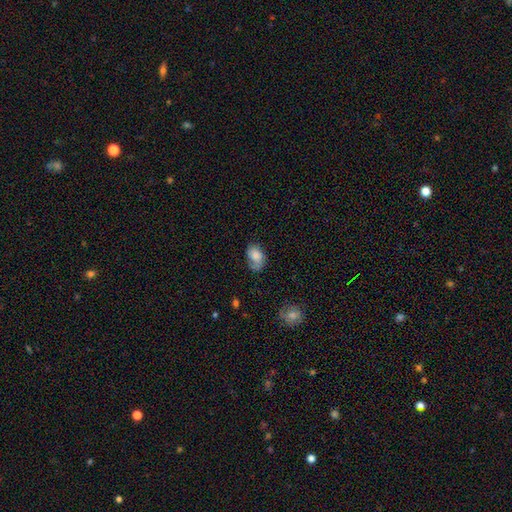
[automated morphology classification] Smooth or featured?
  - smooth: 73% *
  - featured or disk: 18%
  - star or artifact: 8%
How rounded?
  - in between: 82% *
  - round: 17%
  - cigar-shaped: 1%
Merging?
  - none: 46% *
  - minor disturbance: 32%
  - major disturbance: 19%
  - merger: 3%